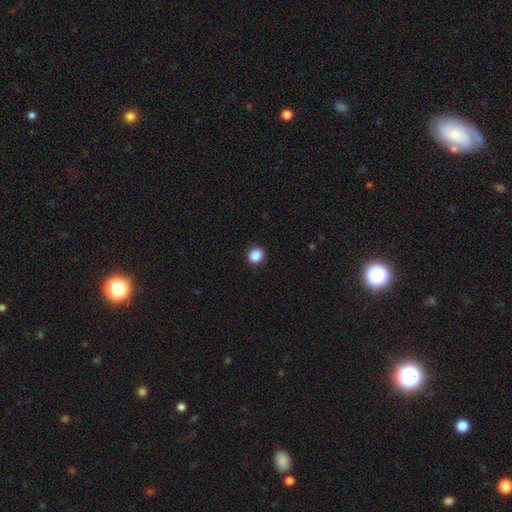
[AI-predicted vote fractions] This appears to be a smooth galaxy with no disk features (88%) that is round (85%). Merging: none (92%).